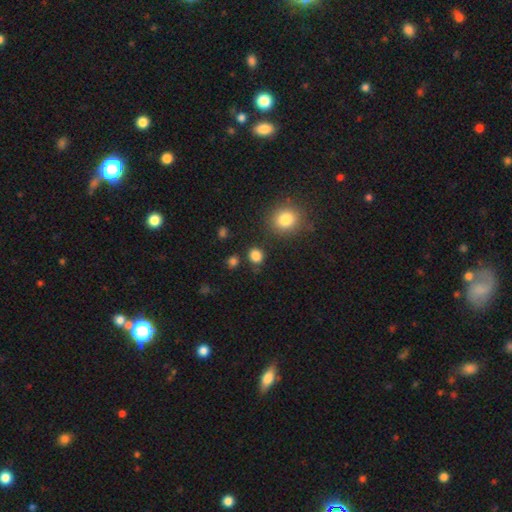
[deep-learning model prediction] A smooth galaxy with no disk features (84%) that is round (72%).

Vote fractions:
- Smooth or featured? smooth: 84% / star or artifact: 13% / featured or disk: 4%
- How rounded? round: 72% / in between: 27% / cigar-shaped: 1%
- Merging? none: 84% / minor disturbance: 9% / merger: 4% / major disturbance: 3%